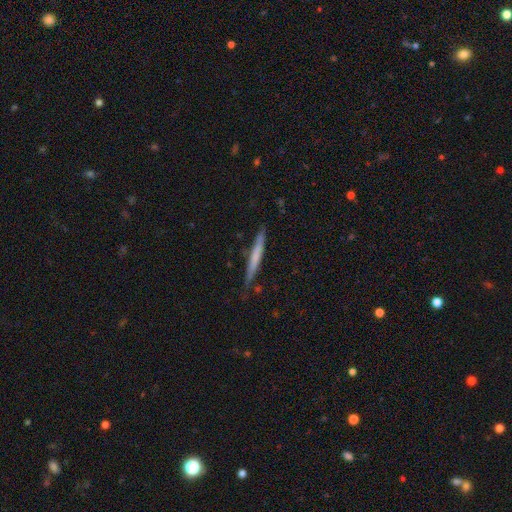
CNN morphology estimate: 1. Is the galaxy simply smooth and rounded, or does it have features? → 55% smooth, 40% featured or disk, 5% star or artifact.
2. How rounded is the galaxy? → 96% cigar-shaped, 3% in between, 1% round.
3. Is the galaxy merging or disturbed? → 81% none, 14% minor disturbance, 2% major disturbance, 2% merger.